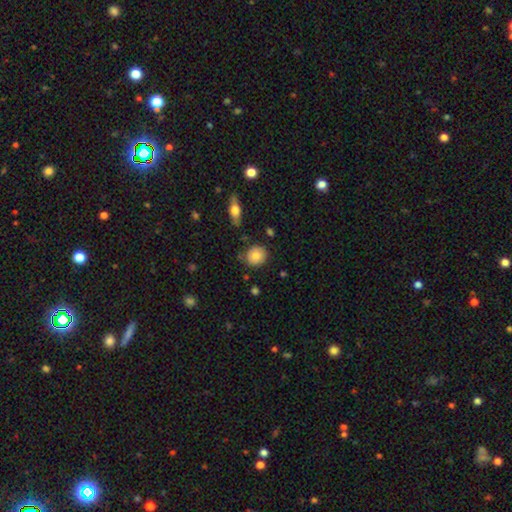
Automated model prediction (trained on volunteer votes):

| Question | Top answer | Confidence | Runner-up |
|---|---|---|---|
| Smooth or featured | smooth | 81% | featured or disk (11%) |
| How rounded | round | 81% | in between (18%) |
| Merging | none | 81% | minor disturbance (13%) |